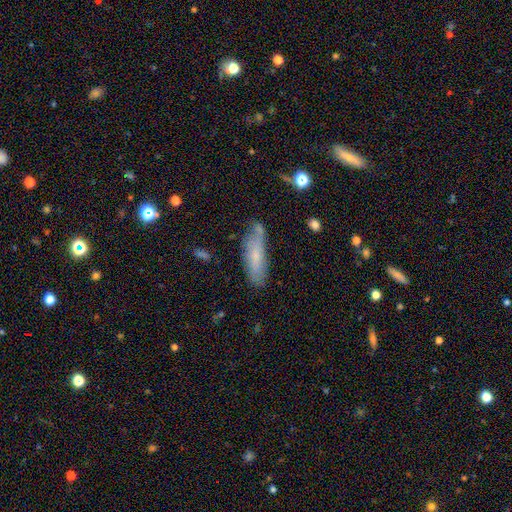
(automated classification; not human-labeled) smooth_or_featured: smooth (p=0.66) [alt: featured or disk p=0.26]
how_rounded: cigar-shaped (p=0.54) [alt: in between p=0.44]
merging: none (p=0.65) [alt: minor disturbance p=0.23]